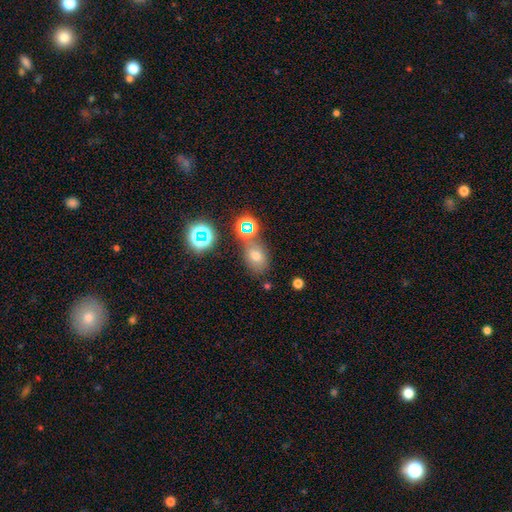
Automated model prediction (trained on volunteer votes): The model was most divided on "smooth or featured": smooth: 60%, star or artifact: 27%, featured or disk: 13%. More confident: merging — none (67%); how rounded — in between (66%).